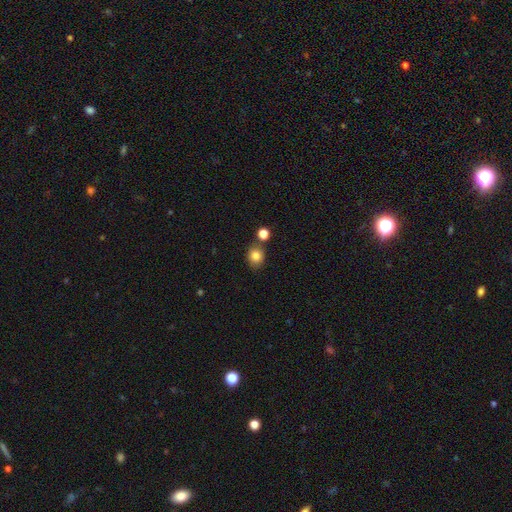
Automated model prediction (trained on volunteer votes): The model was most divided on "how rounded": round: 73%, in between: 27%, cigar-shaped: 1%. More confident: smooth or featured — smooth (83%); merging — none (75%).